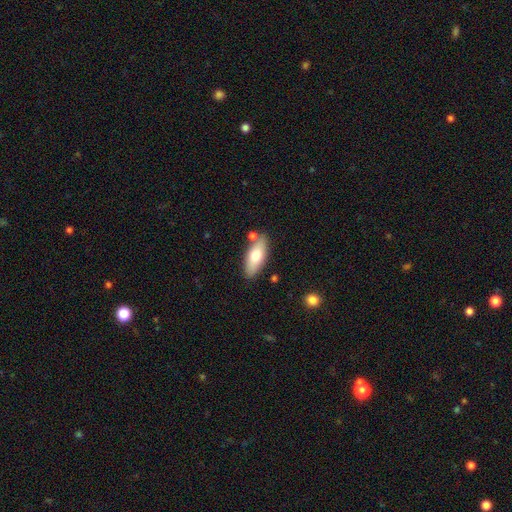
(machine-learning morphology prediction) Smooth or featured?
  - smooth: 69% *
  - featured or disk: 25%
  - star or artifact: 6%
How rounded?
  - in between: 76% *
  - cigar-shaped: 21%
  - round: 3%
Merging?
  - none: 80% *
  - minor disturbance: 12%
  - merger: 6%
  - major disturbance: 3%